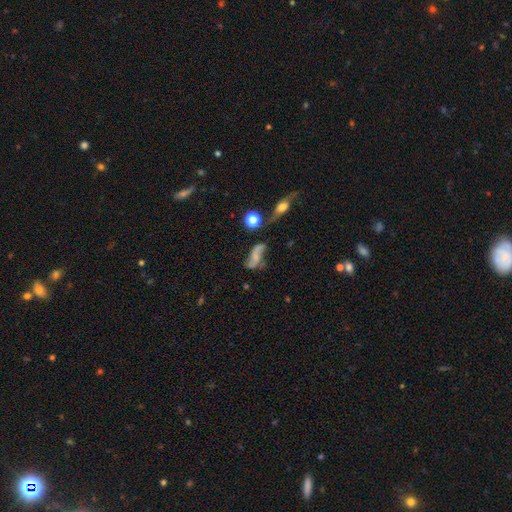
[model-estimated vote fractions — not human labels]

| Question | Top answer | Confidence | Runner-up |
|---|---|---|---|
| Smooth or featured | featured or disk | 66% | smooth (24%) |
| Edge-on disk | no | 93% | yes (7%) |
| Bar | no | 59% | weak (30%) |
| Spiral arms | yes | 90% | no (10%) |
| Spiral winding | loose | 84% | medium (12%) |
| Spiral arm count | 2 | 91% | can't tell (3%) |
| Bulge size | none | 46% | small (34%) |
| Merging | none | 51% | minor disturbance (22%) |